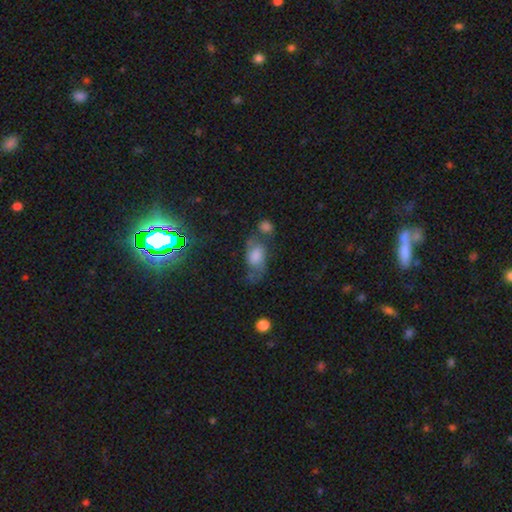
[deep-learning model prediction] This is marginally a smooth galaxy (45%). Merging: marginally none (44%).